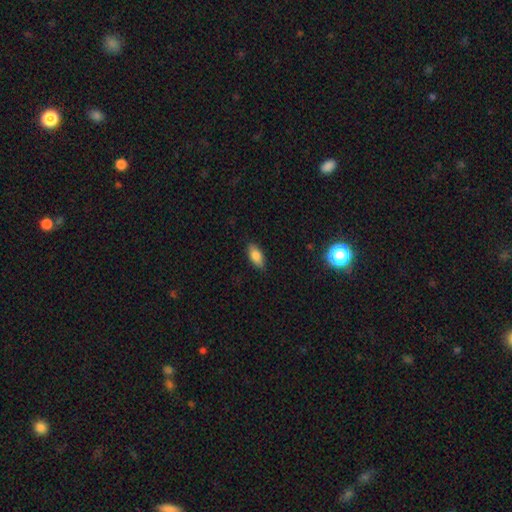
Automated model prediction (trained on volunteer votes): Smooth or featured? Predicted: smooth (p=0.83). How rounded? Predicted: in between (p=0.88). Merging? Predicted: none (p=0.86).